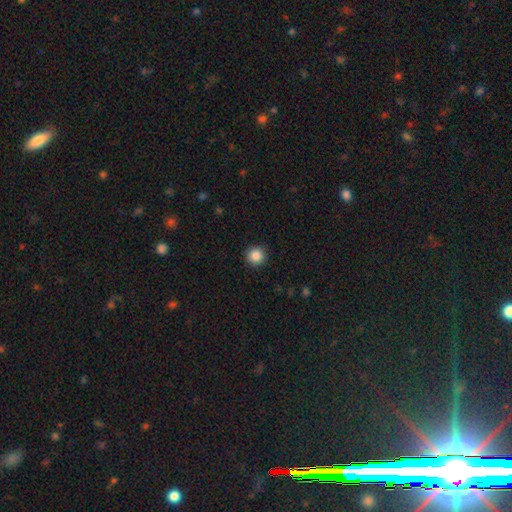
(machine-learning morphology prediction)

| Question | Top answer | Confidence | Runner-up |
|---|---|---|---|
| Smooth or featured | smooth | 86% | star or artifact (10%) |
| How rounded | round | 96% | in between (3%) |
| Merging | none | 93% | minor disturbance (5%) |